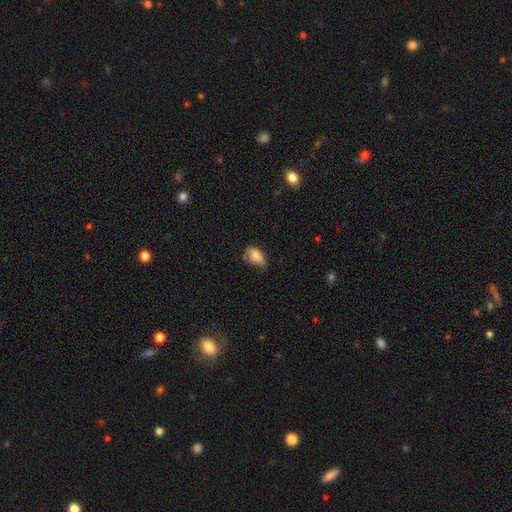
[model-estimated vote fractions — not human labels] Smooth or featured? smooth (86%)
How rounded? in between (92%)
Merging? none (58%)